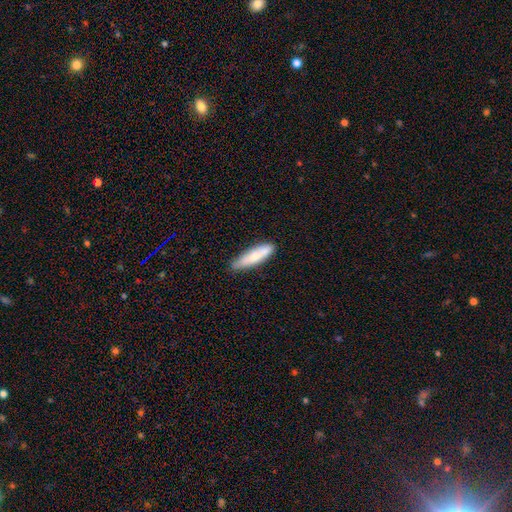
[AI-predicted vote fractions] A smooth galaxy with no disk features (76%) that is cigar-shaped (75%).

Vote fractions:
- Smooth or featured? smooth: 76% / featured or disk: 18% / star or artifact: 6%
- How rounded? cigar-shaped: 75% / in between: 23% / round: 1%
- Merging? none: 79% / minor disturbance: 17% / major disturbance: 3% / merger: 2%